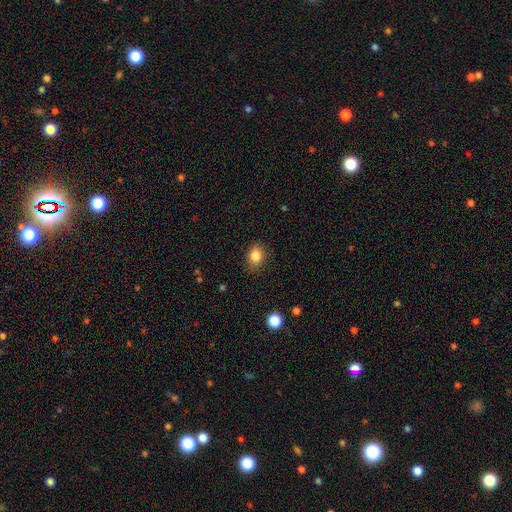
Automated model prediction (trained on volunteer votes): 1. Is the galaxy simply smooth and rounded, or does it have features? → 84% smooth, 10% star or artifact, 6% featured or disk.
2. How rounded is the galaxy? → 53% in between, 46% round, 1% cigar-shaped.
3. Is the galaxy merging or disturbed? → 81% none, 15% minor disturbance, 3% major disturbance, 1% merger.